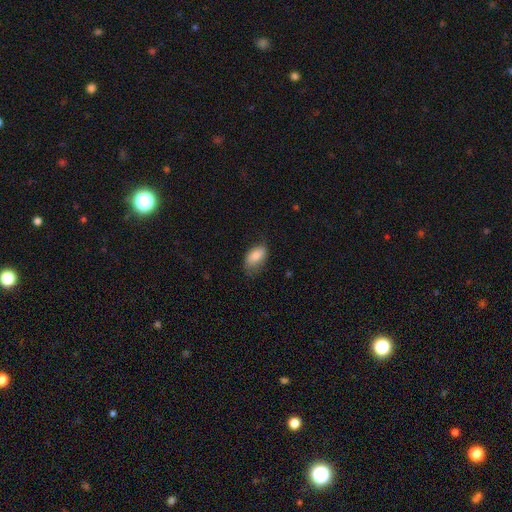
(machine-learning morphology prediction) smooth_or_featured: smooth (p=0.77) [alt: featured or disk p=0.16]
how_rounded: in between (p=0.92) [alt: round p=0.06]
merging: none (p=0.60) [alt: minor disturbance p=0.29]